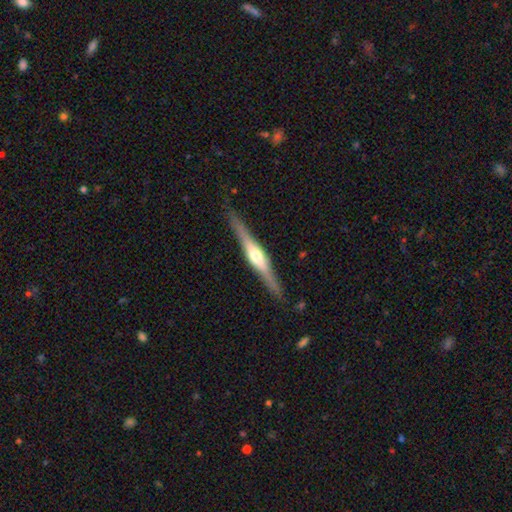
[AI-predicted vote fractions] This appears to be a featured or disk galaxy (75%) viewed edge-on (97%) with a rounded central bulge (86%). Merging: none (87%).